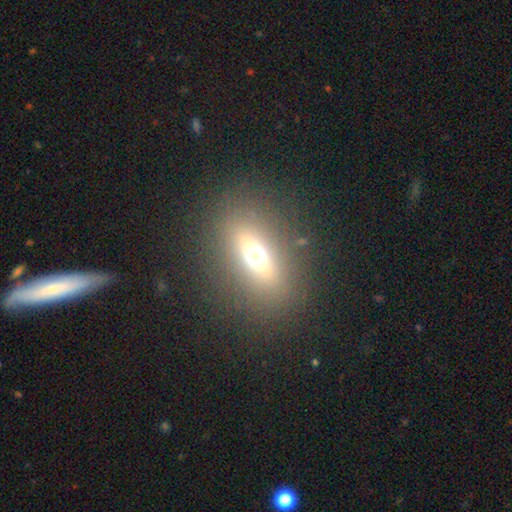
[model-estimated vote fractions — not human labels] Smooth or featured?
  - smooth: 55% *
  - featured or disk: 27%
  - star or artifact: 18%
How rounded?
  - in between: 66% *
  - round: 20%
  - cigar-shaped: 14%
Merging?
  - none: 85% *
  - minor disturbance: 8%
  - major disturbance: 6%
  - merger: 2%